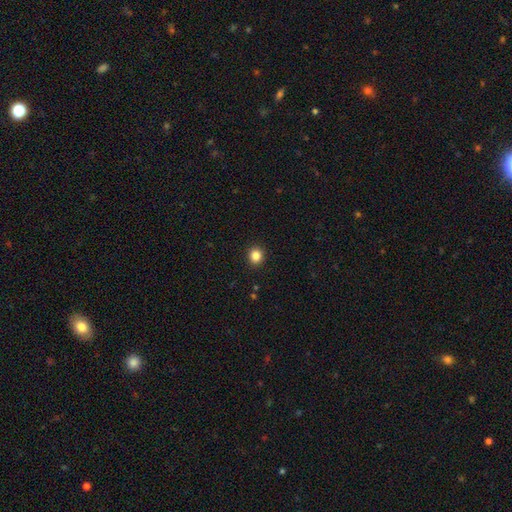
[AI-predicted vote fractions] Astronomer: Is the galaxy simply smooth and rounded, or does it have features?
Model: smooth — 85%.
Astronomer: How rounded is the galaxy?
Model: round — 83%.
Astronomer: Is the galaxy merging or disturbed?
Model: none — 92%.